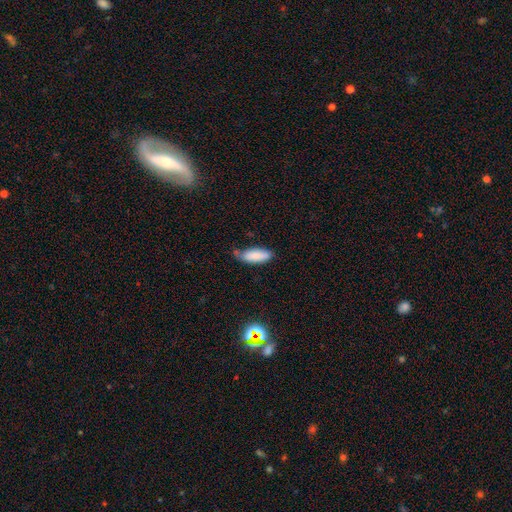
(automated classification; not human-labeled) A smooth galaxy with no disk features (86%) that is in between round and cigar-shaped (73%).

Vote fractions:
- Smooth or featured? smooth: 86% / featured or disk: 7% / star or artifact: 7%
- How rounded? in between: 73% / cigar-shaped: 25% / round: 2%
- Merging? none: 57% / minor disturbance: 32% / major disturbance: 6% / merger: 5%